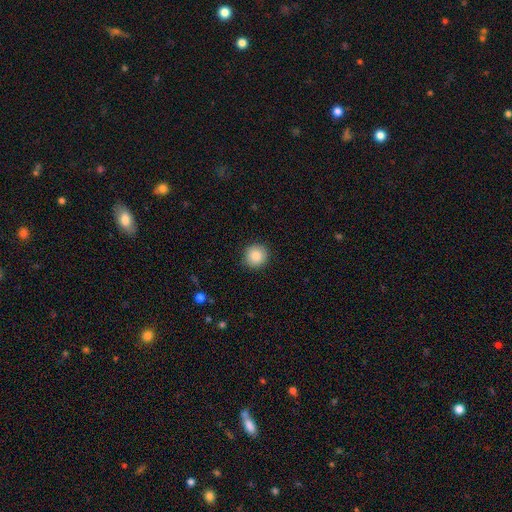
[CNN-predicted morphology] smooth 85%, star or artifact 8%, featured or disk 6%. Down the decision tree: how rounded — round (93%); merging — none (90%).